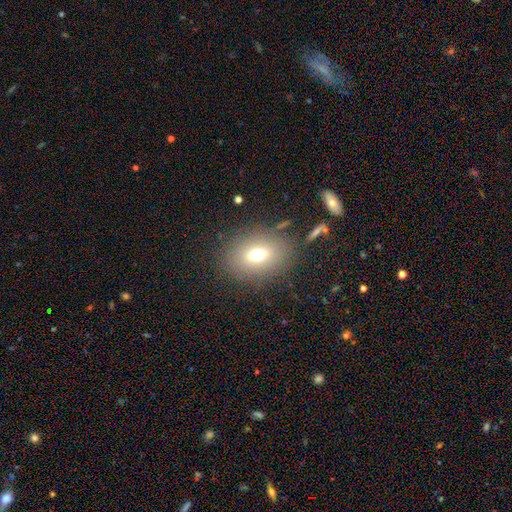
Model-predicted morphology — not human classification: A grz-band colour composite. It shows a smooth galaxy with no disk features (67%) that is in between round and cigar-shaped (68%). Merging: none (81%).